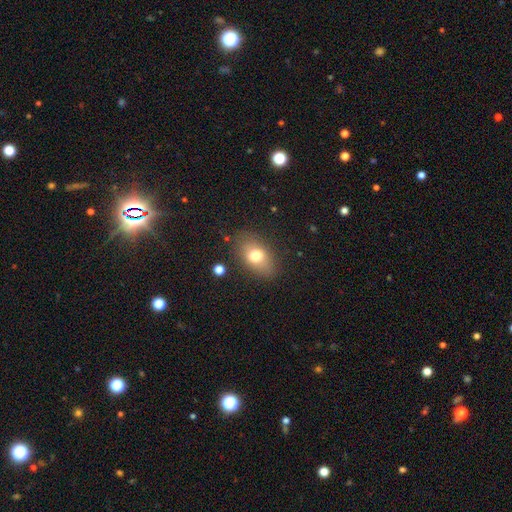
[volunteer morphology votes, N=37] A smooth galaxy with no disk features (76%) that is in between round and cigar-shaped (82%). Merging: none (83%).